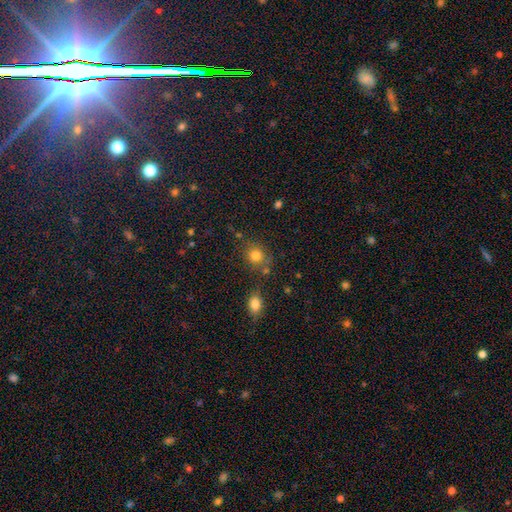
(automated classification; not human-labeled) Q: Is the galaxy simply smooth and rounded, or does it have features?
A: smooth — 80%.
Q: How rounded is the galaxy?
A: round — 82%.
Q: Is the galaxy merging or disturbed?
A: none — 71%.